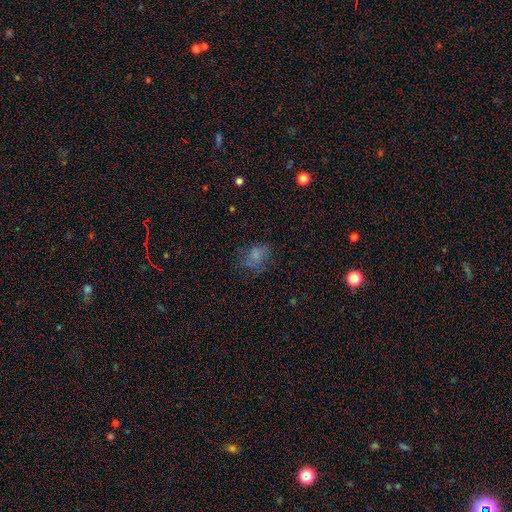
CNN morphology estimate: smooth_or_featured: smooth (p=0.65) [alt: featured or disk p=0.18]
how_rounded: round (p=0.49) [tied with: in between p=0.49]
merging: none (p=0.57) [alt: minor disturbance p=0.23]